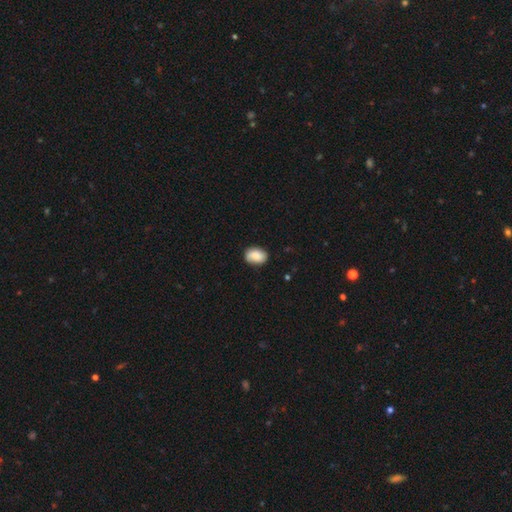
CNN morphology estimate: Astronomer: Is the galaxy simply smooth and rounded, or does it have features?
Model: smooth — 81%.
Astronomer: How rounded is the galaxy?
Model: in between — 76%.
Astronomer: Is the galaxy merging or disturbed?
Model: none — 79%.